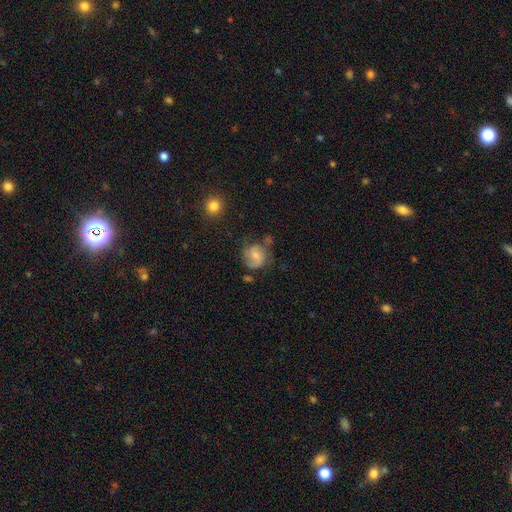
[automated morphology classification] The model was most divided on "bulge size": moderate: 45%, small: 43%, none: 6%, large: 4%, dominant: 1%. More confident: edge-on disk — no (98%); spiral arms — yes (84%); bar — no (61%); smooth or featured — featured or disk (53%); merging — none (51%).